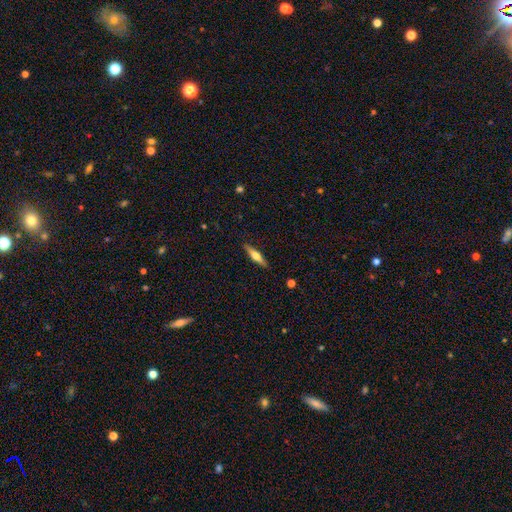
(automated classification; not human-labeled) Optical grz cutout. It shows a featured or disk galaxy (52%) viewed edge-on (95%). Merging: none (89%).